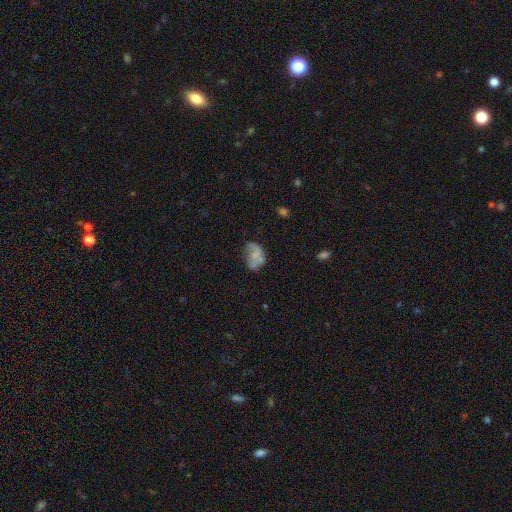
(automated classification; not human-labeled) A smooth galaxy with no disk features (45%).

Vote fractions:
- Smooth or featured? smooth: 45% / featured or disk: 44% / star or artifact: 11%
- Merging? none: 34% / minor disturbance: 28% / major disturbance: 27% / merger: 11%